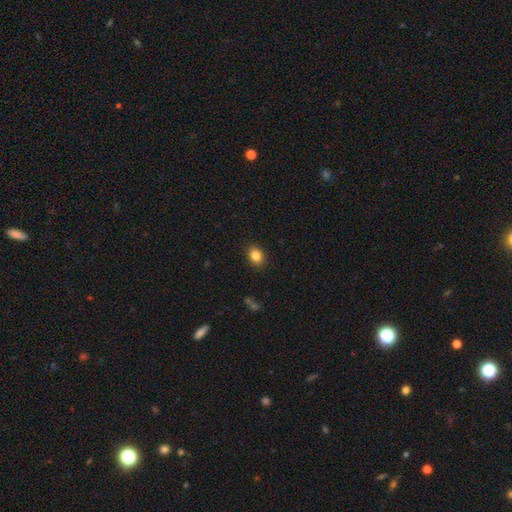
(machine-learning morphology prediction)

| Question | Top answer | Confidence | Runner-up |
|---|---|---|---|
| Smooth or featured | smooth | 84% | star or artifact (10%) |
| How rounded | in between | 57% | round (42%) |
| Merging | none | 89% | minor disturbance (8%) |